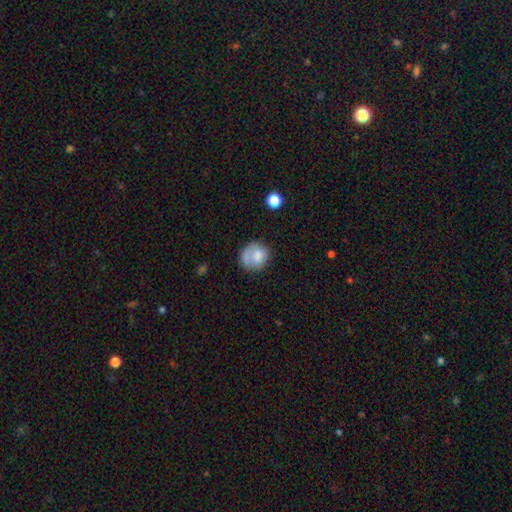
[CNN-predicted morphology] Q: Smooth or featured?
A: smooth (75%); runner-up: featured or disk (17%)
Q: How rounded?
A: round (76%); runner-up: in between (23%)
Q: Merging?
A: none (58%); runner-up: minor disturbance (23%)